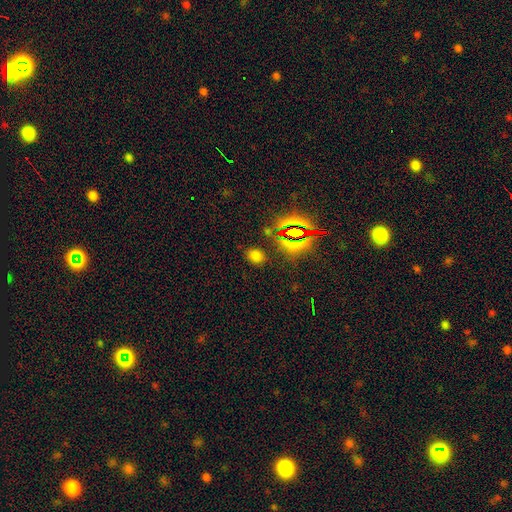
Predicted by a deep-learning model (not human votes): smooth-or-featured: smooth: 65% | star or artifact: 29% | featured or disk: 6%
  how-rounded: round: 51% | in between: 48% | cigar-shaped: 1%
  merging: none: 84% | minor disturbance: 10% | major disturbance: 4% | merger: 3%